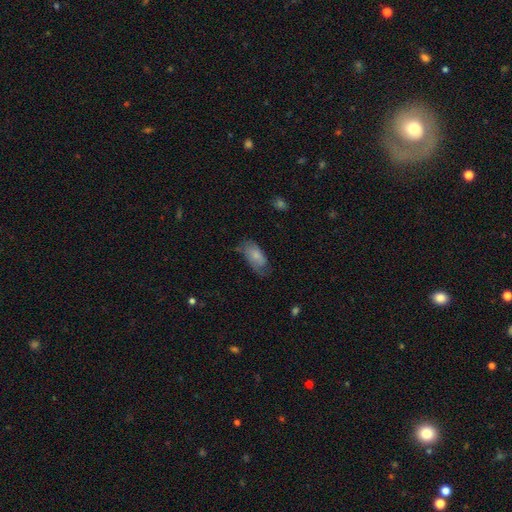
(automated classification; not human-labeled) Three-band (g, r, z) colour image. It shows a smooth galaxy with no disk features (70%) that is in between round and cigar-shaped (91%). Merging: none (54%).